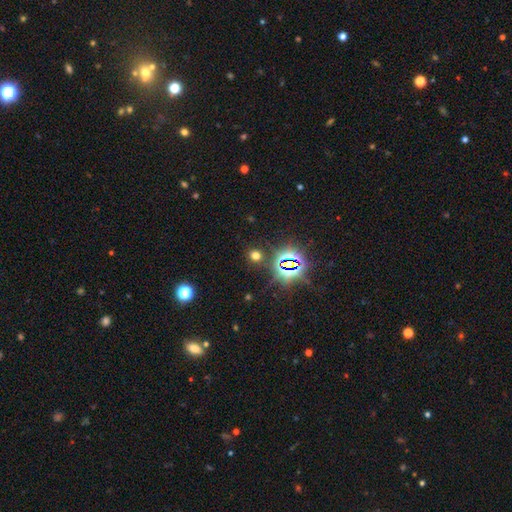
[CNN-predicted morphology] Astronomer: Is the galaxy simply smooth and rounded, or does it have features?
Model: smooth — 53% (runner-up: star or artifact, 40%).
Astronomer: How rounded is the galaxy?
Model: round — 77%.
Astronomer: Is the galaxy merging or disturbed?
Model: none — 85%.